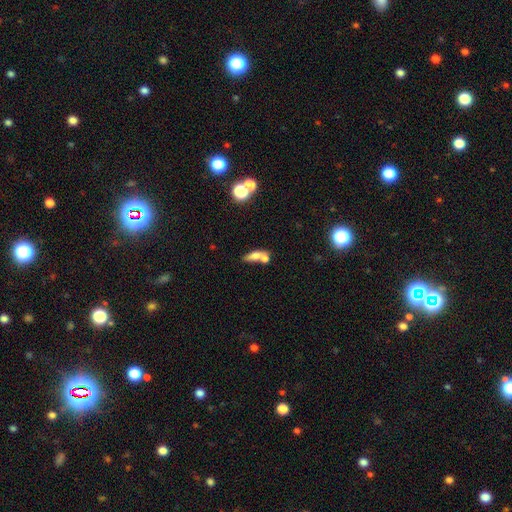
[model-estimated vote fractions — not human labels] Overall: smooth (63%; featured or disk 25%). How rounded: in between (59%; cigar-shaped 31%). Merging: merger (47%; none 35%).